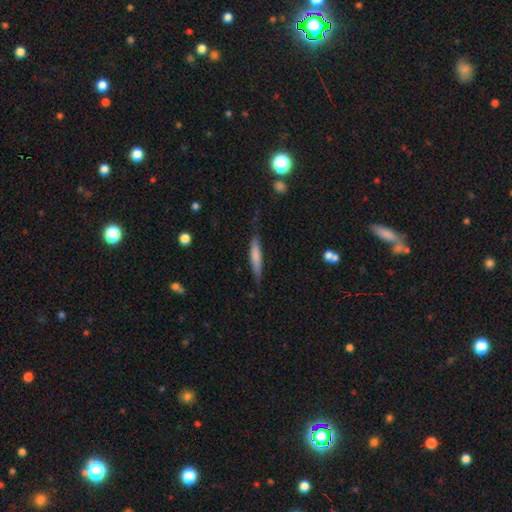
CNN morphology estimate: smooth-or-featured: smooth: 70% | featured or disk: 24% | star or artifact: 6%
  how-rounded: cigar-shaped: 89% | in between: 10% | round: 1%
  merging: none: 76% | minor disturbance: 18% | major disturbance: 4% | merger: 2%